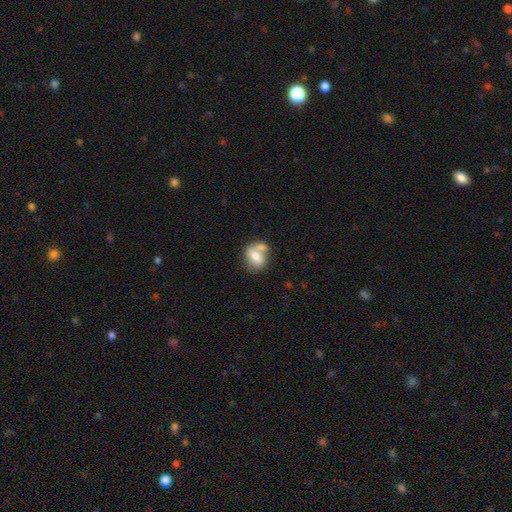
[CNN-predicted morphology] Smooth or featured: smooth — 68% (featured or disk — 25%)
How rounded: in between — 59% (round — 38%)
Merging: merger — 40% (none — 38%)